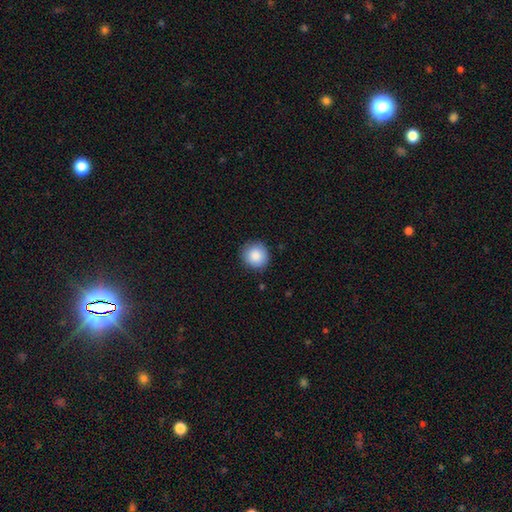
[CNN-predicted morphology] Smooth or featured? smooth (88%)
How rounded? round (93%)
Merging? none (87%)